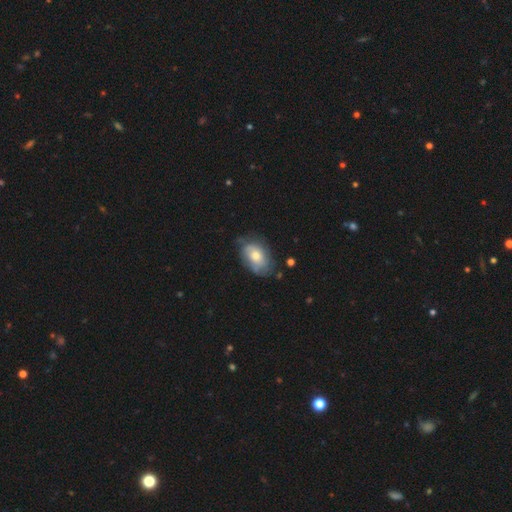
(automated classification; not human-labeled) Smooth or featured?
  - smooth: 50% *
  - featured or disk: 43%
  - star or artifact: 7%
Merging?
  - none: 58% *
  - minor disturbance: 30%
  - major disturbance: 10%
  - merger: 2%